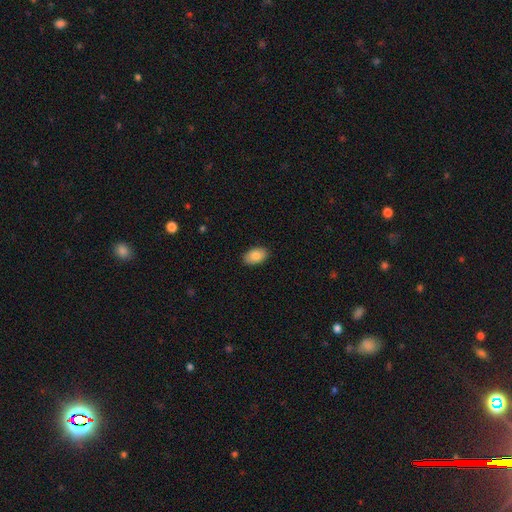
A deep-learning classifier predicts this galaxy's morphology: Smooth or featured?
  - smooth: 86% *
  - featured or disk: 7%
  - star or artifact: 7%
How rounded?
  - in between: 93% *
  - round: 6%
  - cigar-shaped: 1%
Merging?
  - none: 89% *
  - minor disturbance: 9%
  - major disturbance: 2%
  - merger: 1%